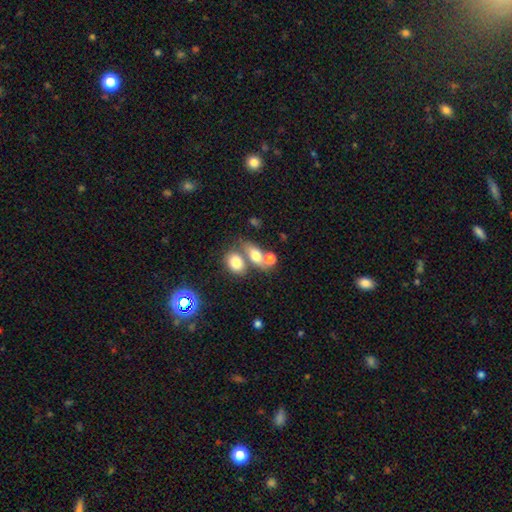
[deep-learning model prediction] The model was most divided on "merging": merger: 46%, none: 36%, minor disturbance: 11%, major disturbance: 7%. More confident: how rounded — in between (71%); smooth or featured — smooth (71%).